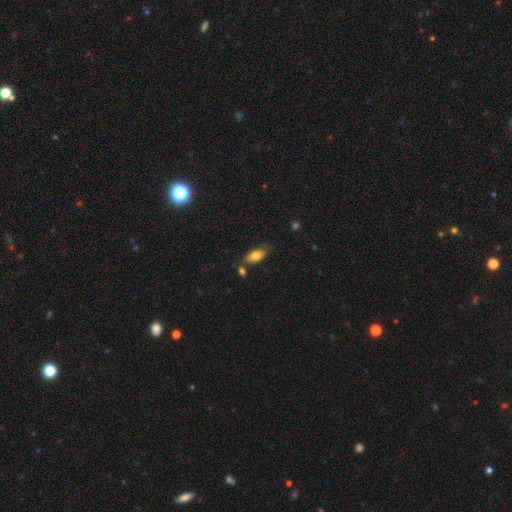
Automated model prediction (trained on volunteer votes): Smooth or featured? Predicted: smooth (p=0.77). How rounded? Predicted: in between (p=0.90). Merging? Predicted: none (p=0.67).